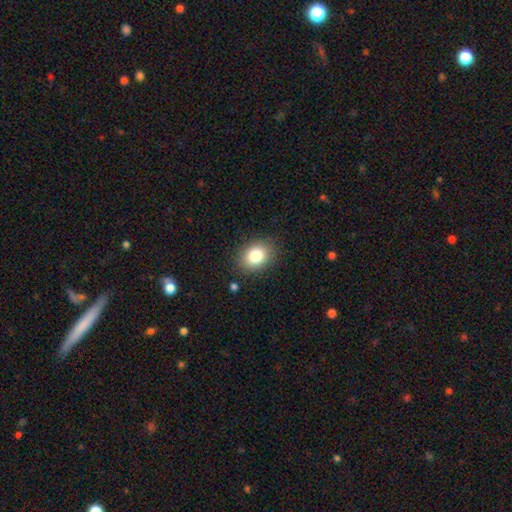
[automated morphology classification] Overall: smooth (83%). How rounded: in between (64%; round 35%). Merging: none (86%).